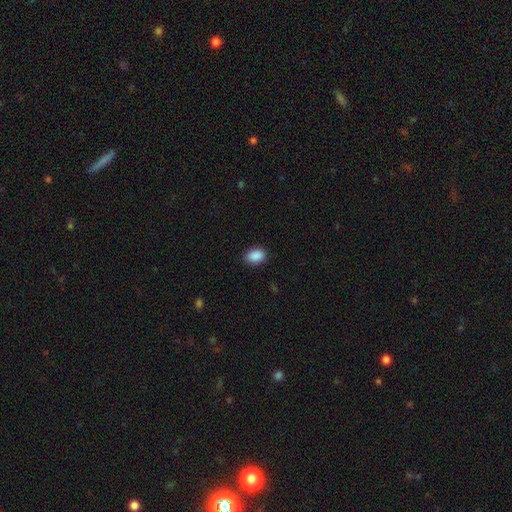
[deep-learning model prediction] This appears to be a smooth galaxy with no disk features (90%) that is in between round and cigar-shaped (80%). Merging: none (86%).